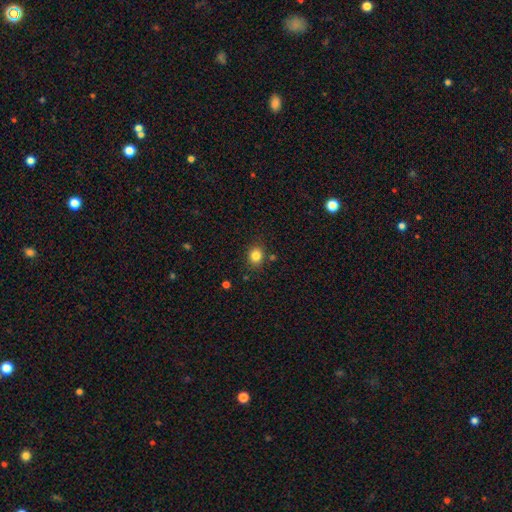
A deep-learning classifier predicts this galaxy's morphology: Smooth or featured? smooth (83%)
How rounded? round (70%)
Merging? none (84%)